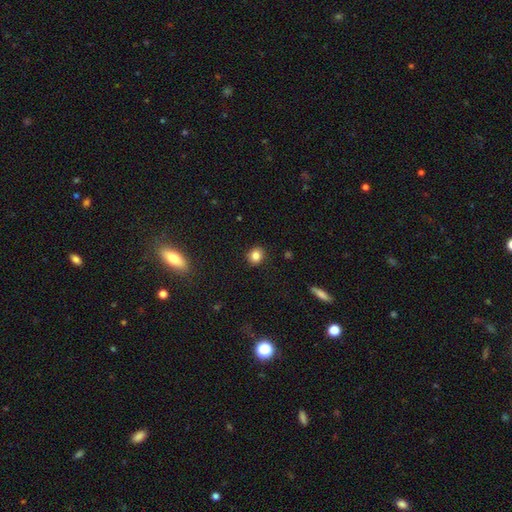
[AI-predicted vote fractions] This is clearly a smooth galaxy (84%). How rounded: likely round (76%). Merging: clearly none (89%).